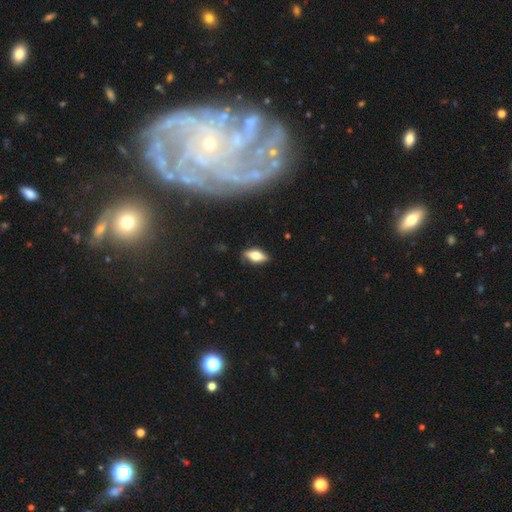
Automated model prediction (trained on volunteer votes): A smooth galaxy with no disk features (57%) that is in between round and cigar-shaped (81%).

Vote fractions:
- Smooth or featured? smooth: 57% / featured or disk: 35% / star or artifact: 8%
- How rounded? in between: 81% / cigar-shaped: 16% / round: 4%
- Merging? none: 84% / minor disturbance: 12% / major disturbance: 2% / merger: 1%